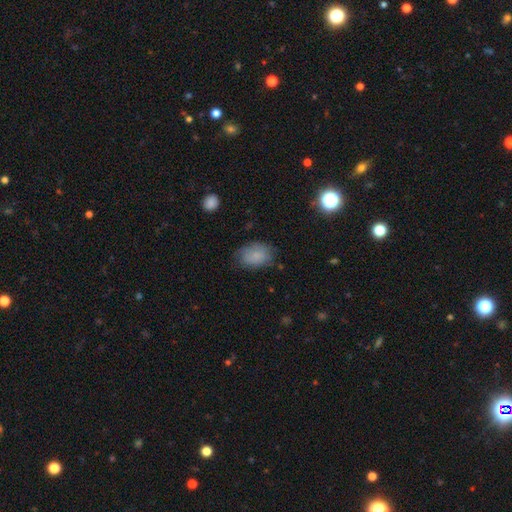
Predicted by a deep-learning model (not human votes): This is clearly a smooth galaxy (82%). How rounded: clearly in between (80%). Merging: likely none (71%).